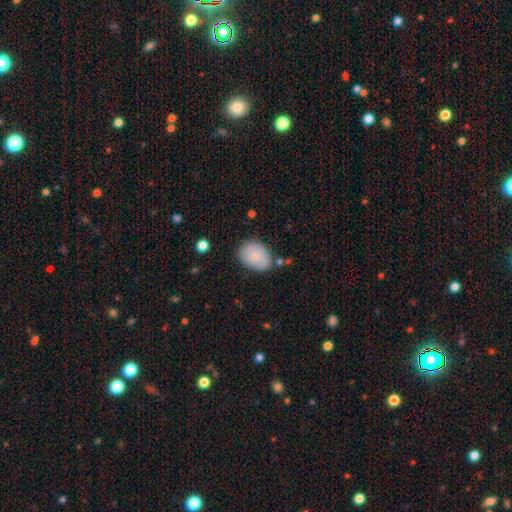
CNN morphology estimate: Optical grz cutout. It shows a smooth galaxy with no disk features (81%) that is in between round and cigar-shaped (77%). Merging: none (69%).